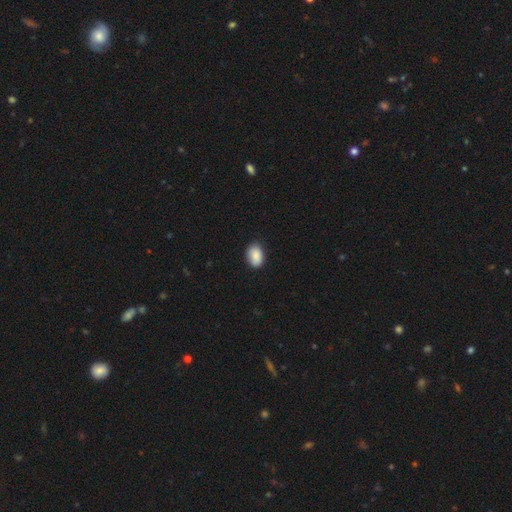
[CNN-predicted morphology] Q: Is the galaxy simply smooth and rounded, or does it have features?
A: smooth — 89%.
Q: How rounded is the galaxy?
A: in between — 85%.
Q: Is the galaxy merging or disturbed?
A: none — 80%.